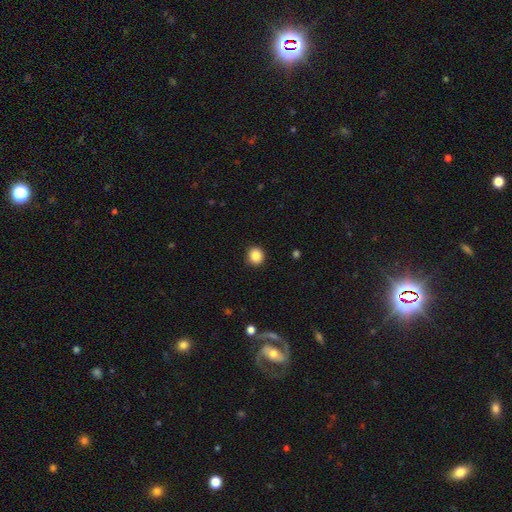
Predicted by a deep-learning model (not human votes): Morphology: type=smooth (87%); roundness=round (87%); merging=none (90%).